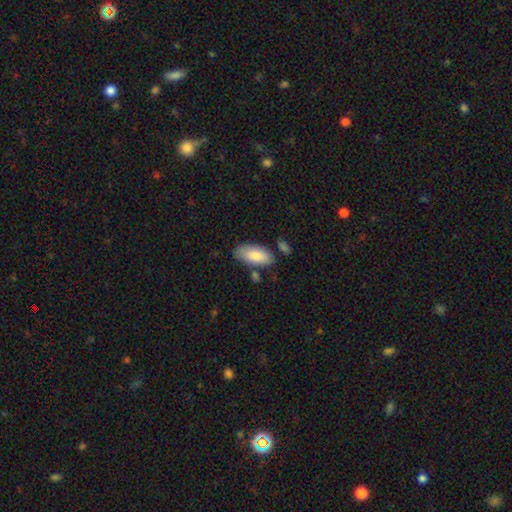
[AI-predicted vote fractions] smooth 83%, featured or disk 11%, star or artifact 5%. Down the decision tree: how rounded — in between (91%); merging — none (73%).